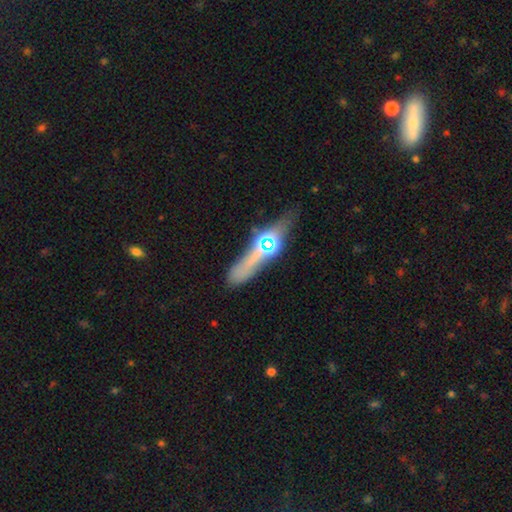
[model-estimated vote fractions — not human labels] Smooth or featured? featured or disk (53%)
Edge-on disk? yes (73%)
Merging? none (42%)